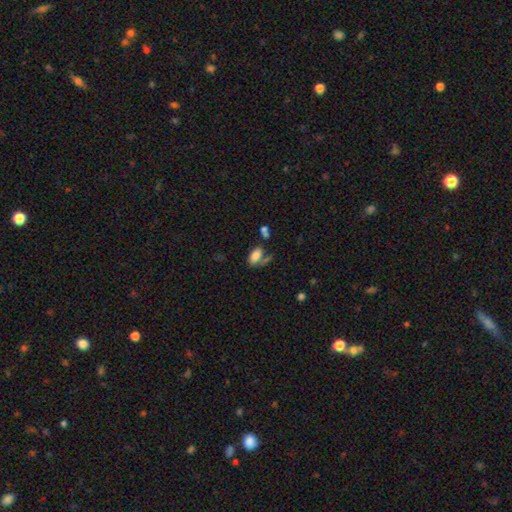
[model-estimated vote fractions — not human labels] The model was most divided on "merging": none: 45%, merger: 26%, minor disturbance: 16%, major disturbance: 13%. More confident: how rounded — in between (91%); smooth or featured — smooth (78%).